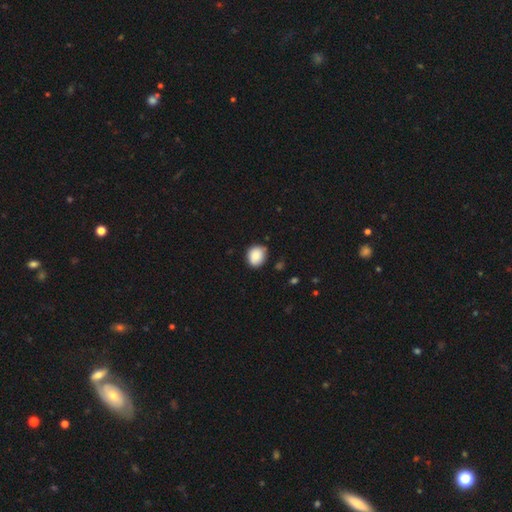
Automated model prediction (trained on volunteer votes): A smooth galaxy with no disk features (87%) that is round (67%).

Vote fractions:
- Smooth or featured? smooth: 87% / star or artifact: 8% / featured or disk: 5%
- How rounded? round: 67% / in between: 32% / cigar-shaped: 1%
- Merging? none: 75% / minor disturbance: 20% / major disturbance: 3% / merger: 2%